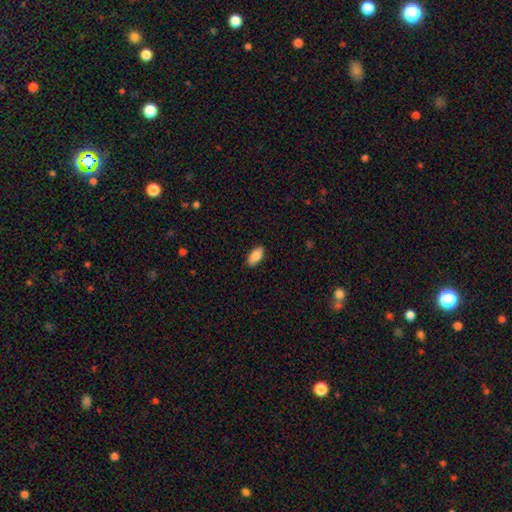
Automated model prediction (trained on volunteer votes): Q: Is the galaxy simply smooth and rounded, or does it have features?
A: smooth — 87%.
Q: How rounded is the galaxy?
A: in between — 91%.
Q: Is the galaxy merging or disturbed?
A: none — 89%.